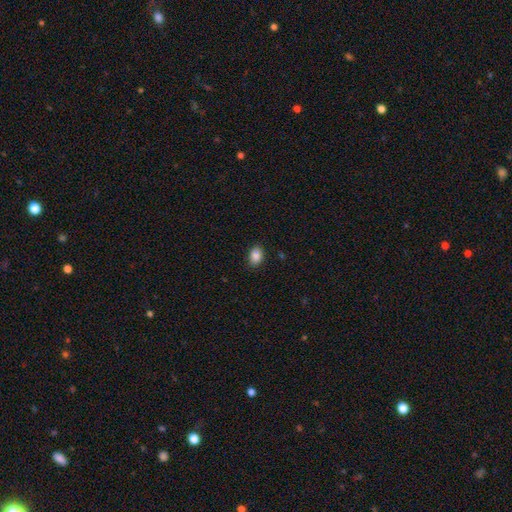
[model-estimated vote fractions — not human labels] A smooth galaxy with no disk features (88%) that is in between round and cigar-shaped (78%). Merging: none (87%).